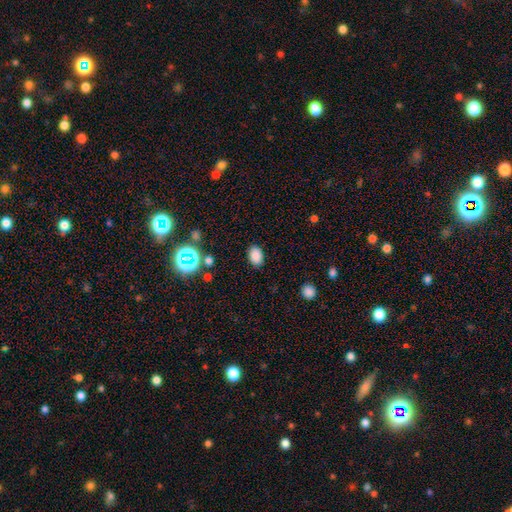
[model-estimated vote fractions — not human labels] Smooth or featured?
  - smooth: 82% *
  - star or artifact: 13%
  - featured or disk: 5%
How rounded?
  - in between: 85% *
  - round: 14%
  - cigar-shaped: 1%
Merging?
  - none: 86% *
  - minor disturbance: 9%
  - major disturbance: 3%
  - merger: 1%